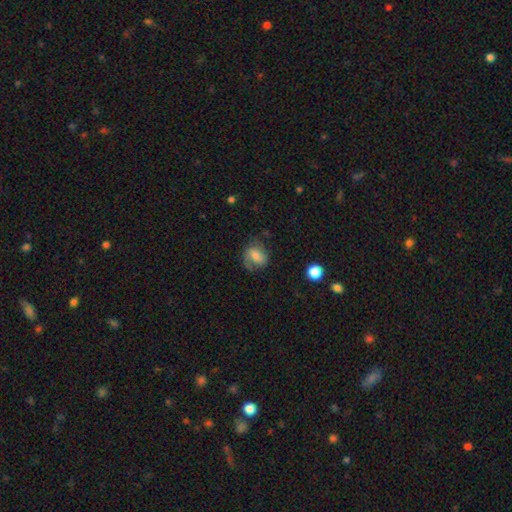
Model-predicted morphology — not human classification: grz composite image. It shows a smooth galaxy with no disk features (52%) that is in between round and cigar-shaped (52%). Merging: none (56%).